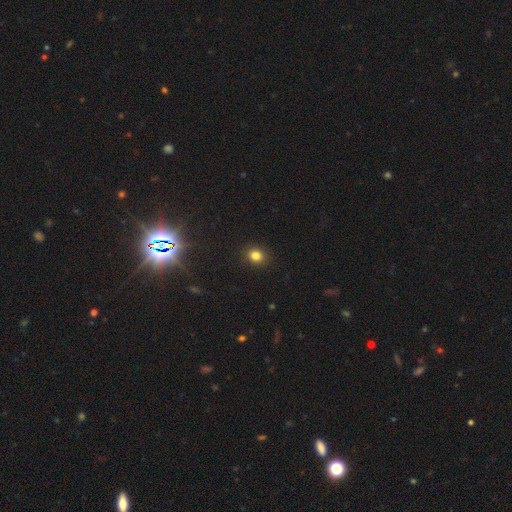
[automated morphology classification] Smooth or featured? smooth (82%)
How rounded? round (73%)
Merging? none (90%)